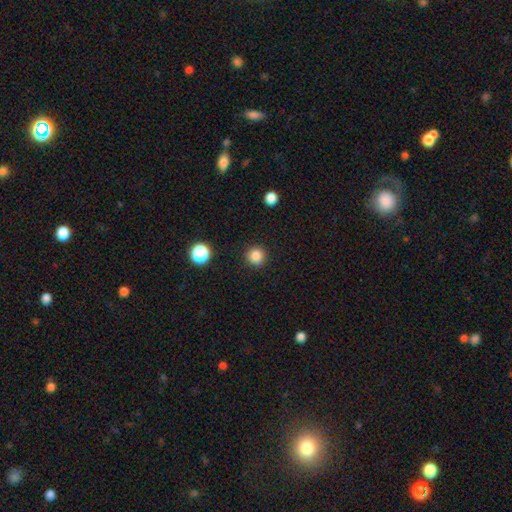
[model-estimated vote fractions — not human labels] smooth 85%, star or artifact 12%, featured or disk 3%. Down the decision tree: how rounded — round (95%); merging — none (91%).